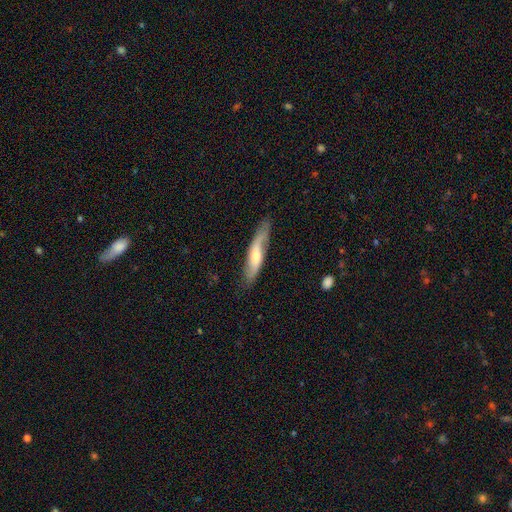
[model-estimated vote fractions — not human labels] Smooth or featured: featured or disk — 54% (smooth — 41%)
Edge-on disk: no — 56% (yes — 44%)
Merging: none — 73% (minor disturbance — 20%)